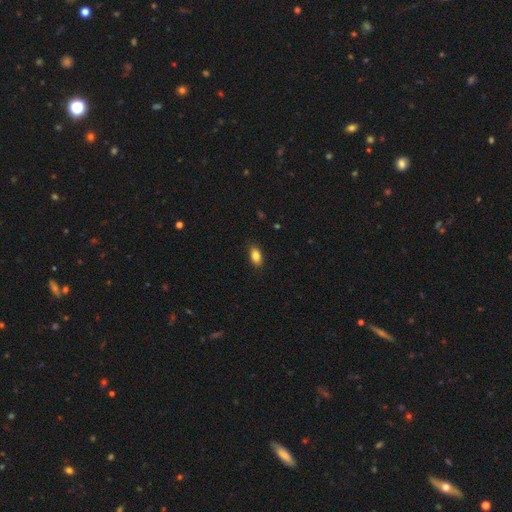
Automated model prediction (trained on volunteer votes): Q: Smooth or featured?
A: smooth (85%); runner-up: star or artifact (8%)
Q: How rounded?
A: in between (90%); runner-up: round (6%)
Q: Merging?
A: none (88%); runner-up: minor disturbance (9%)